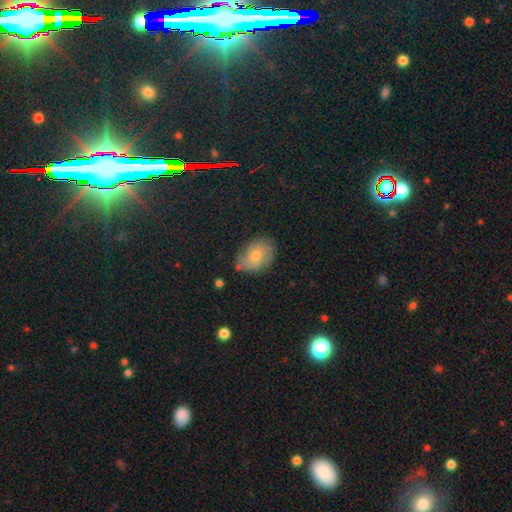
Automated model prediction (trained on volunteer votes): A smooth galaxy with no disk features (57%) that is in between round and cigar-shaped (72%).

Vote fractions:
- Smooth or featured? smooth: 57% / featured or disk: 28% / star or artifact: 15%
- How rounded? in between: 72% / round: 26% / cigar-shaped: 1%
- Merging? none: 73% / minor disturbance: 19% / major disturbance: 5% / merger: 2%